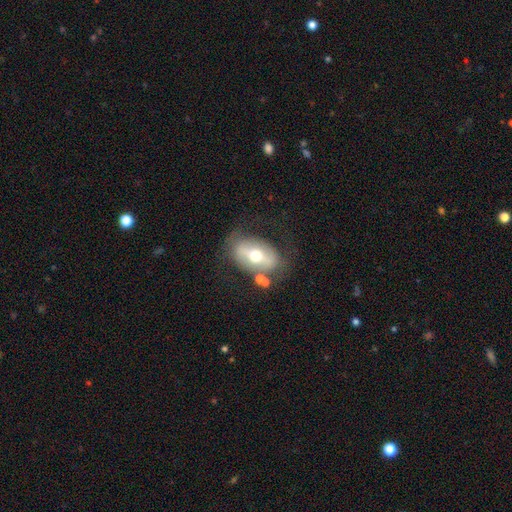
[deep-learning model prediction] Smooth or featured?
  - featured or disk: 53% *
  - smooth: 39%
  - star or artifact: 8%
Edge-on disk?
  - no: 87% *
  - yes: 13%
Merging?
  - none: 64% *
  - minor disturbance: 18%
  - major disturbance: 11%
  - merger: 8%